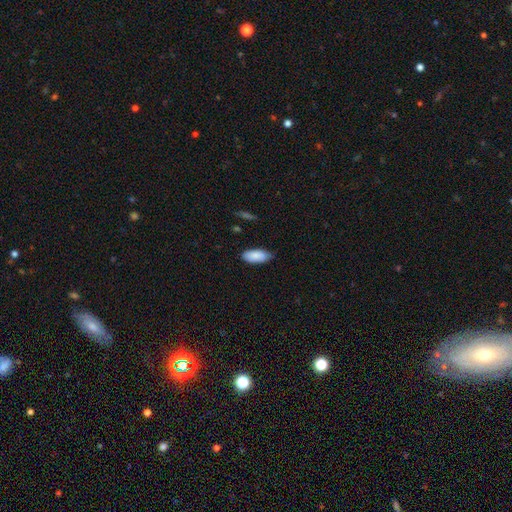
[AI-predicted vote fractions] Overall: smooth (87%). How rounded: in between (89%). Merging: none (73%).